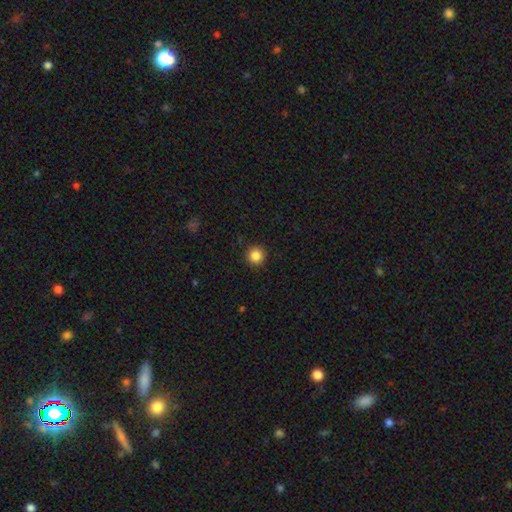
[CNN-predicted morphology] smooth-or-featured: smooth: 86% | star or artifact: 10% | featured or disk: 3%
  how-rounded: round: 96% | in between: 3% | cigar-shaped: 1%
  merging: none: 92% | minor disturbance: 5% | major disturbance: 2% | merger: 1%